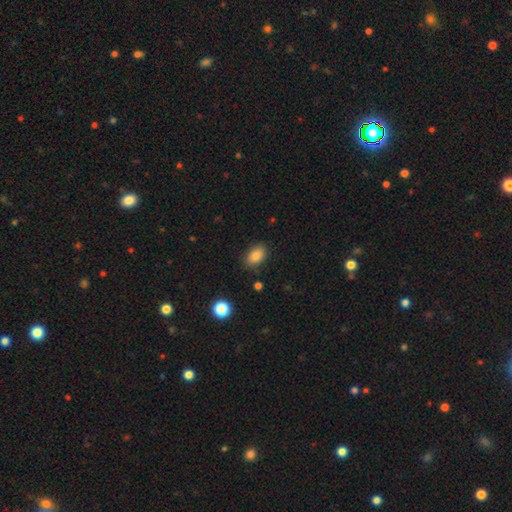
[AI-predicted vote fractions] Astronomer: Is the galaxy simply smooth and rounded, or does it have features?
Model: smooth — 85%.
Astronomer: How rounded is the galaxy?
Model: in between — 87%.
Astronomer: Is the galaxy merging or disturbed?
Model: none — 85%.